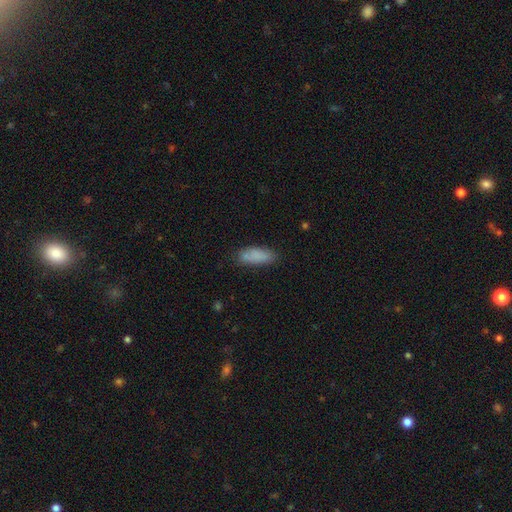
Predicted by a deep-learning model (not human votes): smooth-or-featured: smooth: 84% | featured or disk: 8% | star or artifact: 7%
  how-rounded: in between: 73% | cigar-shaped: 25% | round: 2%
  merging: none: 75% | minor disturbance: 18% | major disturbance: 4% | merger: 3%